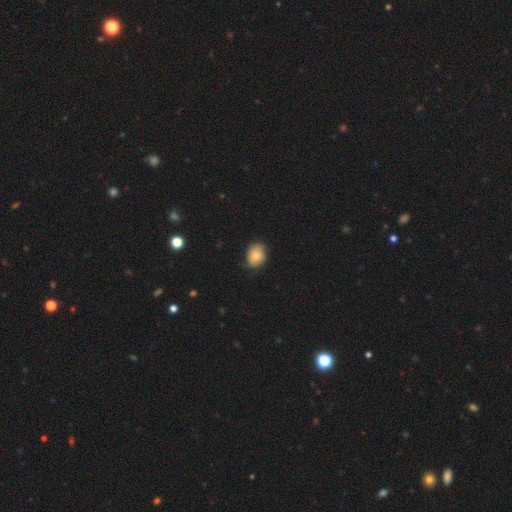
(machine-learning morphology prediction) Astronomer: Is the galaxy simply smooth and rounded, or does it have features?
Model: smooth — 75%.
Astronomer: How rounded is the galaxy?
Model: in between — 54% (runner-up: round, 45%).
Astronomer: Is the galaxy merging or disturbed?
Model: none — 69%.